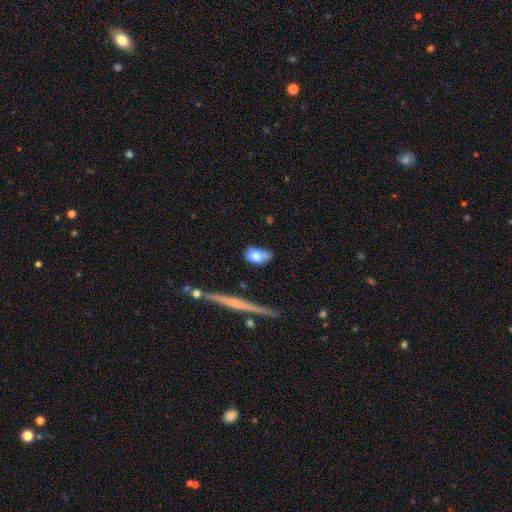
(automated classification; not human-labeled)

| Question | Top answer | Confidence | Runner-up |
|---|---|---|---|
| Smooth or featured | smooth | 75% | featured or disk (17%) |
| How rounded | in between | 80% | round (13%) |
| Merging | none | 54% | minor disturbance (29%) |